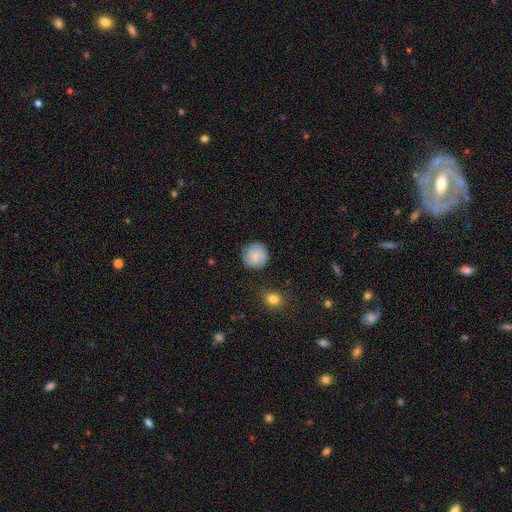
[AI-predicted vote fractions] smooth_or_featured: smooth (p=0.58) [alt: featured or disk p=0.34]
how_rounded: round (p=0.92) [alt: in between p=0.07]
merging: none (p=0.82) [alt: minor disturbance p=0.13]